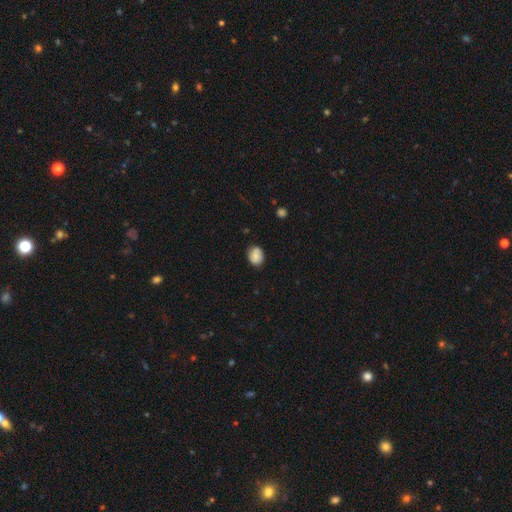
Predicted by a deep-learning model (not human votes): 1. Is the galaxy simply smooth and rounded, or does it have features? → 82% smooth, 10% featured or disk, 8% star or artifact.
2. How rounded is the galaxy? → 52% in between, 47% round, 1% cigar-shaped.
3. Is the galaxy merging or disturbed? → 77% none, 17% minor disturbance, 3% major disturbance, 3% merger.